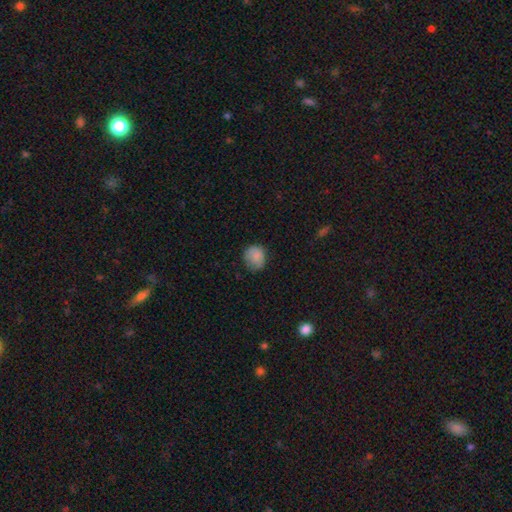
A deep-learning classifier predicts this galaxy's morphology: Smooth or featured?
  - smooth: 84% *
  - star or artifact: 9%
  - featured or disk: 7%
How rounded?
  - round: 74% *
  - in between: 25%
  - cigar-shaped: 1%
Merging?
  - none: 65% *
  - minor disturbance: 27%
  - major disturbance: 7%
  - merger: 1%